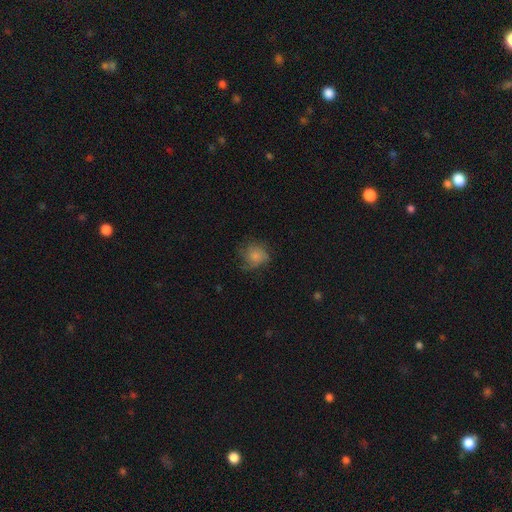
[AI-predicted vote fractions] smooth_or_featured: smooth (p=0.63) [alt: featured or disk p=0.26]
how_rounded: round (p=0.79) [alt: in between p=0.20]
merging: none (p=0.57) [alt: minor disturbance p=0.26]